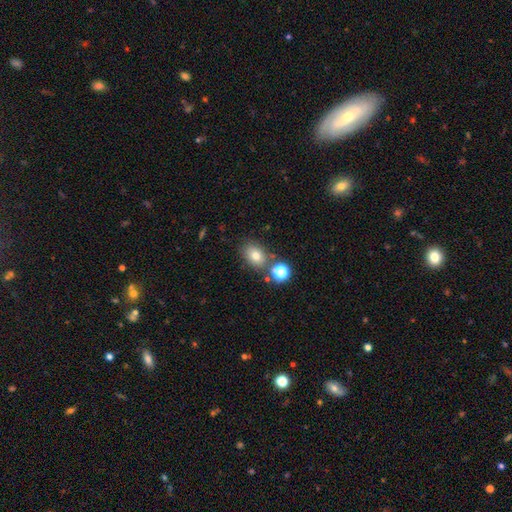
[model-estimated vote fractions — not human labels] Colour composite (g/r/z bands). It shows a smooth galaxy with no disk features (75%) that is in between round and cigar-shaped (69%). Merging: none (69%).